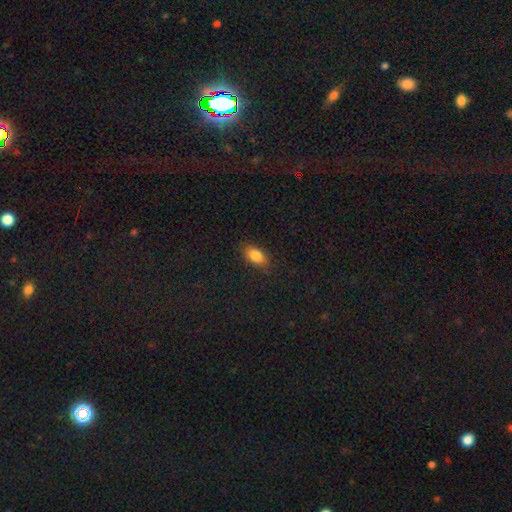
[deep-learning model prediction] Smooth or featured? smooth (84%)
How rounded? in between (88%)
Merging? none (85%)